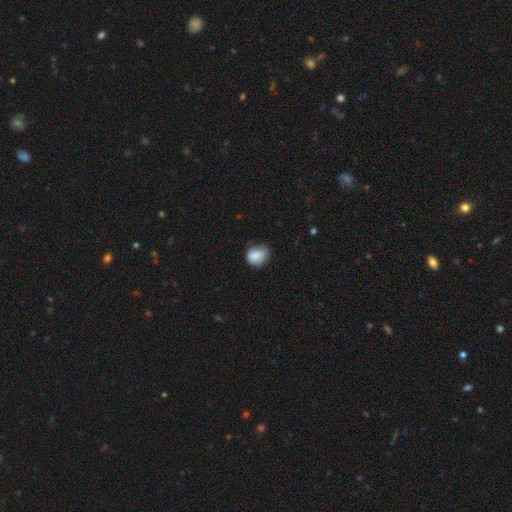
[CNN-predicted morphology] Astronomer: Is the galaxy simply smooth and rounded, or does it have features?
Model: smooth — 83%.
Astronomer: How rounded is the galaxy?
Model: round — 55% (runner-up: in between, 44%).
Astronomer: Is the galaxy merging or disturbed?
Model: none — 60%.